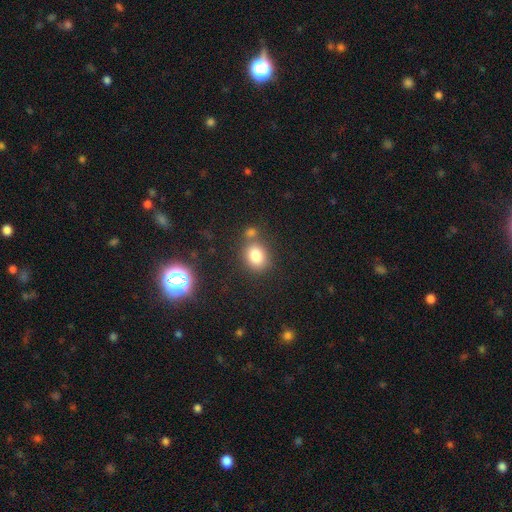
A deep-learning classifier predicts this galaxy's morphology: The model was most divided on "how rounded": round: 57%, in between: 42%, cigar-shaped: 1%. More confident: smooth or featured — smooth (81%); merging — none (64%).